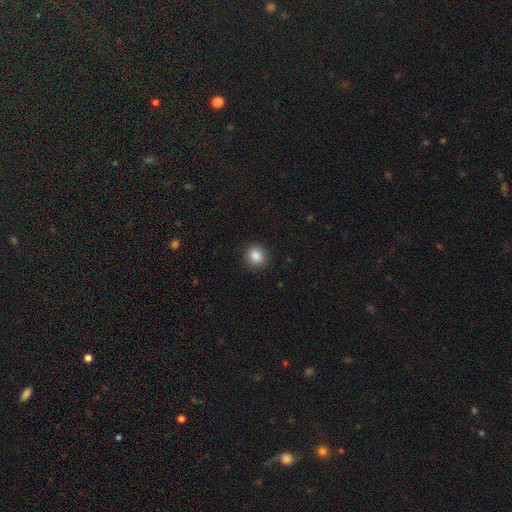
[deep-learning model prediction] Morphology: type=smooth (86%); roundness=round (89%); merging=none (91%).